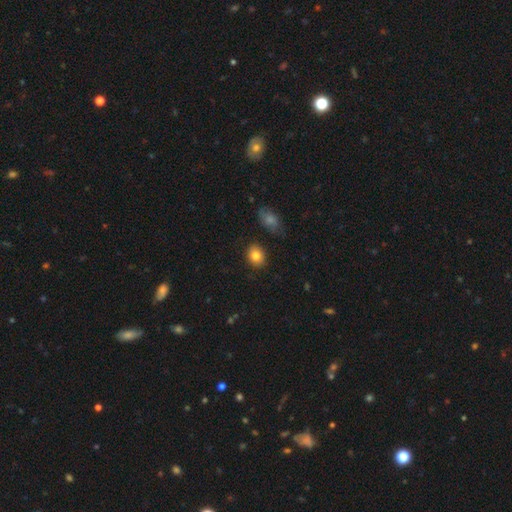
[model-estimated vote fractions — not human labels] Smooth or featured? Predicted: smooth (p=0.82). How rounded? Predicted: round (p=0.56). Merging? Predicted: none (p=0.86).